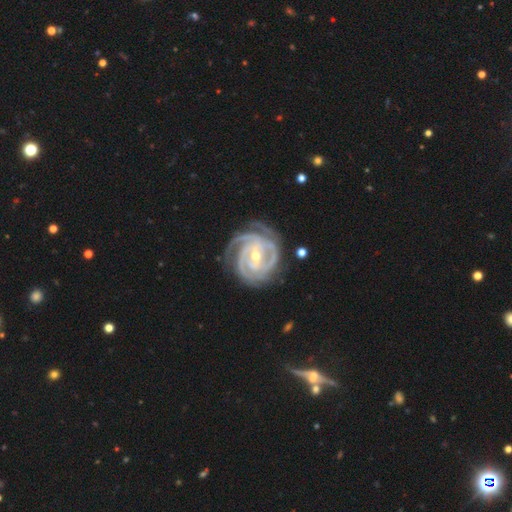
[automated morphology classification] A featured or disk galaxy (93%) with a weak bar (41%), 3 (39%) tight (77%) spiral arms (99%) and a small central bulge (52%).

Vote fractions:
- Smooth or featured? featured or disk: 93% / star or artifact: 4% / smooth: 3%
- Edge-on disk? no: 98% / yes: 2%
- Bar? weak: 41% / strong: 36% / no: 22%
- Spiral arms? yes: 99% / no: 1%
- Spiral winding? tight: 77% / medium: 20% / loose: 2%
- Spiral arm count? 3: 39% / 4: 24% / 2: 14% / can't tell: 12% / more than 4: 6% / 1: 5%
- Bulge size? small: 52% / moderate: 45% / large: 1% / none: 1% / dominant: 1%
- Merging? none: 72% / minor disturbance: 18% / major disturbance: 8% / merger: 2%